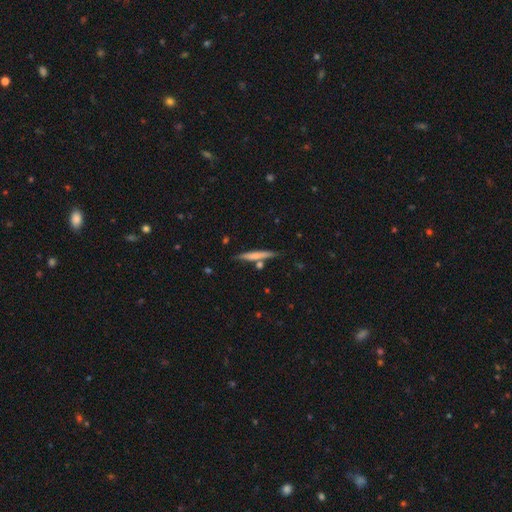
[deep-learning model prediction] This appears to be a smooth galaxy with no disk features (59%) that is cigar-shaped (94%). Merging: none (76%).